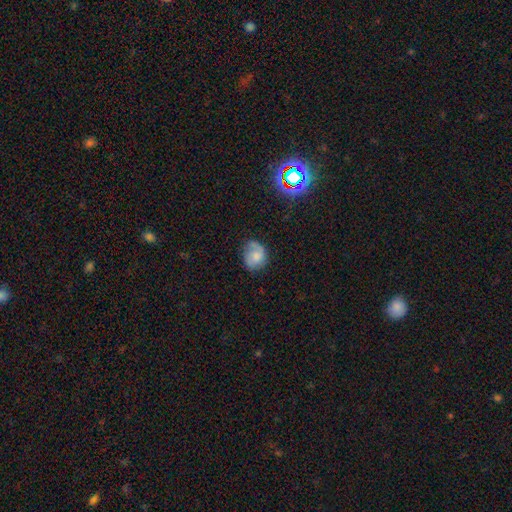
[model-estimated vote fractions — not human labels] smooth_or_featured: smooth (p=0.60) [alt: featured or disk p=0.30]
how_rounded: round (p=0.60) [alt: in between p=0.39]
merging: none (p=0.56) [alt: minor disturbance p=0.29]